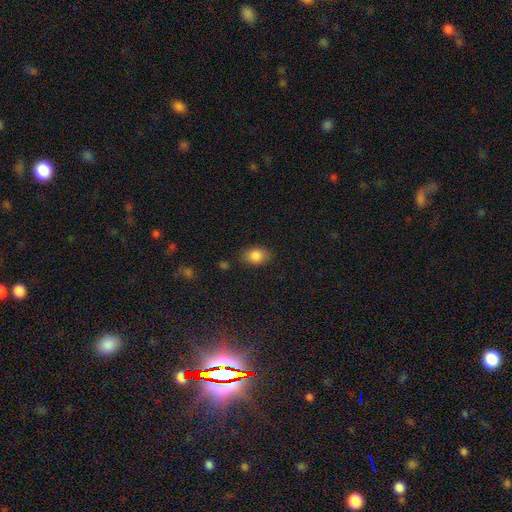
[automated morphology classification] This appears to be a smooth galaxy with no disk features (84%) that is in between round and cigar-shaped (76%). Merging: none (81%).